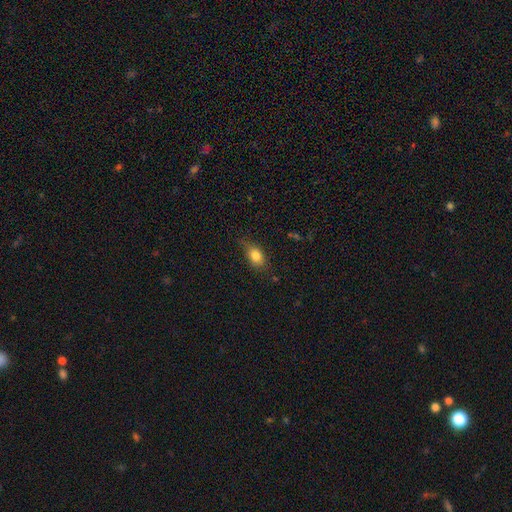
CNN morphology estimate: Q: Smooth or featured?
A: smooth (80%); runner-up: featured or disk (11%)
Q: How rounded?
A: in between (79%); runner-up: round (16%)
Q: Merging?
A: none (66%); runner-up: minor disturbance (26%)